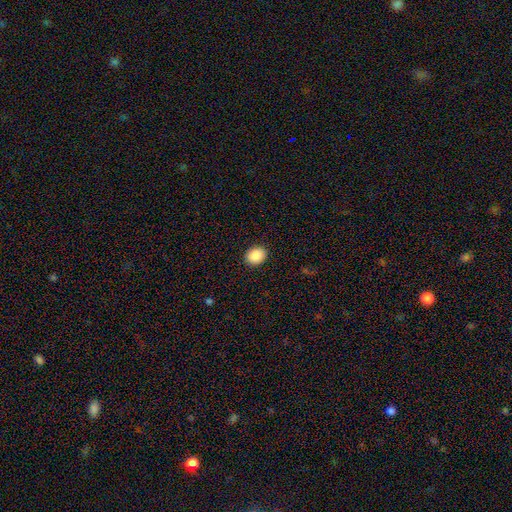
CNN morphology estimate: Smooth or featured? Predicted: smooth (p=0.89). How rounded? Predicted: round (p=0.53). Merging? Predicted: none (p=0.91).